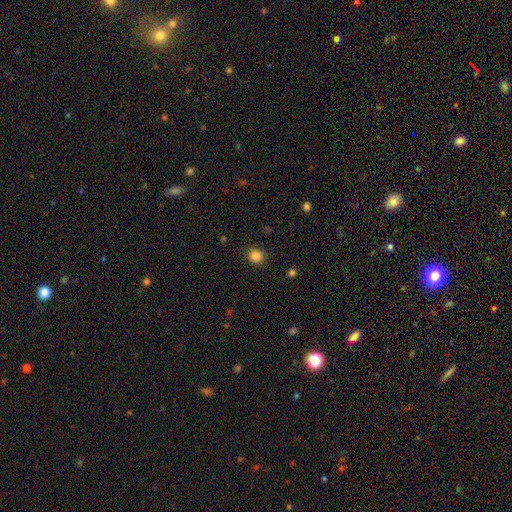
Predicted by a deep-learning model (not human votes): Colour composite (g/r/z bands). It shows a smooth galaxy with no disk features (85%) that is round (84%). Merging: none (90%).